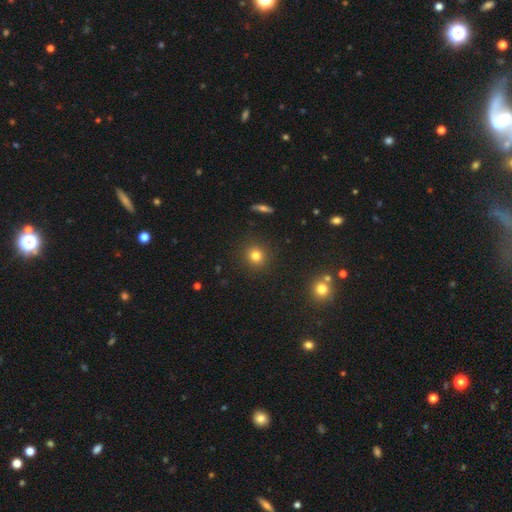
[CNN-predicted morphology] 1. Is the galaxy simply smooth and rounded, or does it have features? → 79% smooth, 14% star or artifact, 7% featured or disk.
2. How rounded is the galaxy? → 90% round, 9% in between, 1% cigar-shaped.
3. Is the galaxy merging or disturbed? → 91% none, 6% minor disturbance, 2% major disturbance, 1% merger.